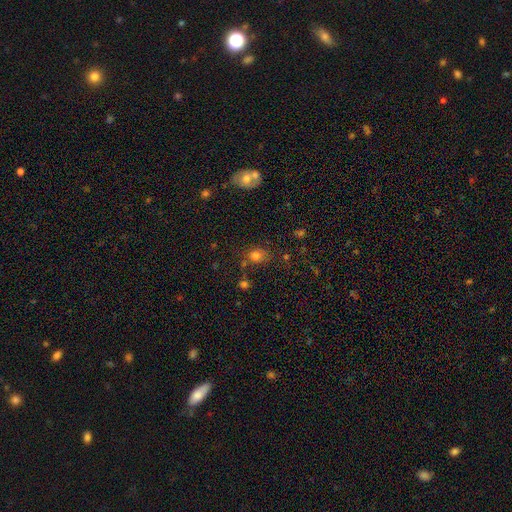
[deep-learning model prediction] smooth_or_featured: smooth (p=0.75) [alt: star or artifact p=0.17]
how_rounded: round (p=0.61) [alt: in between p=0.38]
merging: none (p=0.72) [alt: minor disturbance p=0.16]